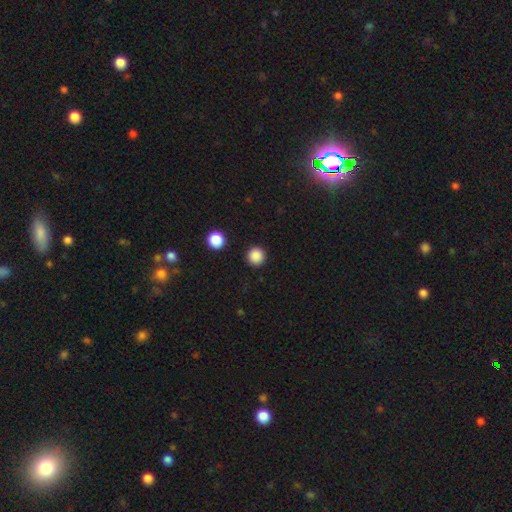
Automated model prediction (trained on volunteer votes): smooth_or_featured: smooth (p=0.86) [alt: star or artifact p=0.11]
how_rounded: round (p=0.95) [alt: in between p=0.04]
merging: none (p=0.92) [alt: minor disturbance p=0.05]